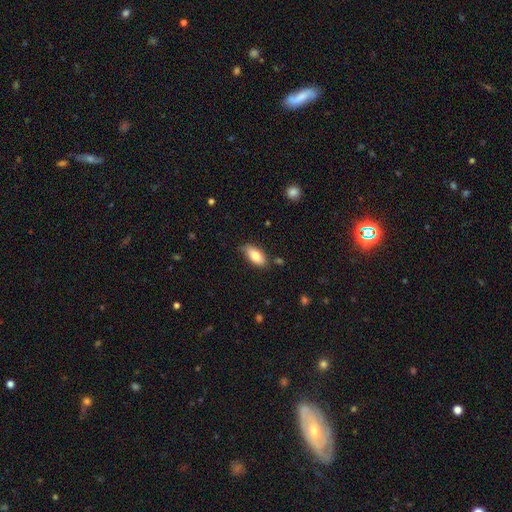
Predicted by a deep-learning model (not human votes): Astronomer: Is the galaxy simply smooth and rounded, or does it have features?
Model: smooth — 81%.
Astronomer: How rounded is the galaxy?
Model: in between — 88%.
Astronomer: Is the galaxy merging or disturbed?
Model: none — 76%.